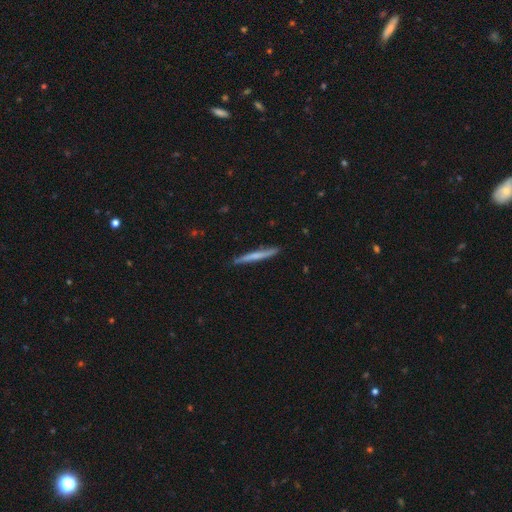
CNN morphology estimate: The model was most divided on "smooth or featured": smooth: 52%, featured or disk: 42%, star or artifact: 6%. More confident: how rounded — cigar-shaped (96%); merging — none (87%).